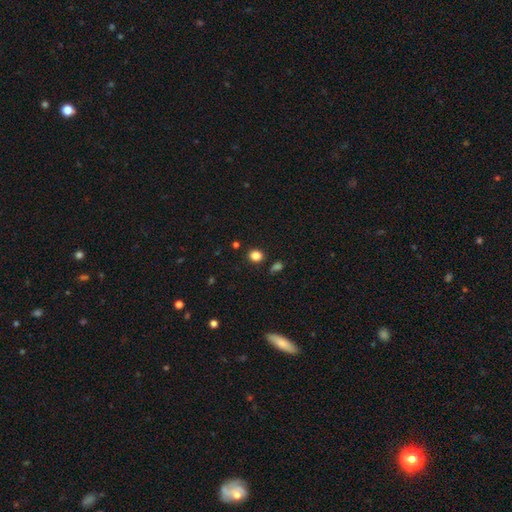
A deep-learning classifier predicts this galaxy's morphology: Smooth or featured: smooth — 84% (star or artifact — 12%)
How rounded: round — 68% (in between — 31%)
Merging: none — 86% (minor disturbance — 8%)